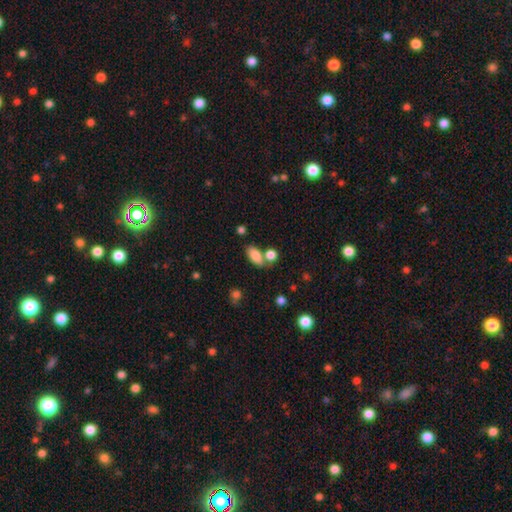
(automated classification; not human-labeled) This appears to be a smooth galaxy with no disk features (84%) that is in between round and cigar-shaped (89%). Merging: none (58%).